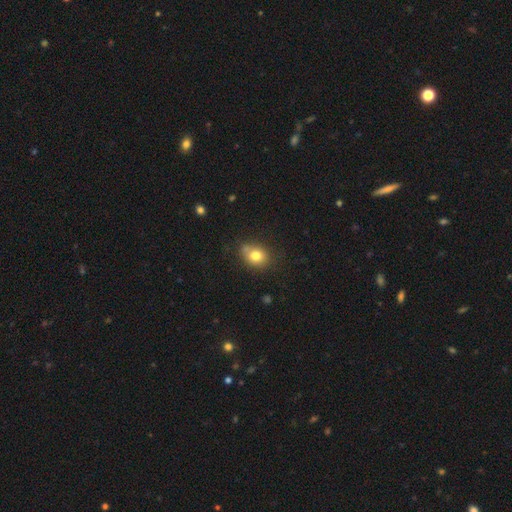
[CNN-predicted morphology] smooth 78%, featured or disk 11%, star or artifact 11%. Down the decision tree: how rounded — round (52%); merging — none (65%).